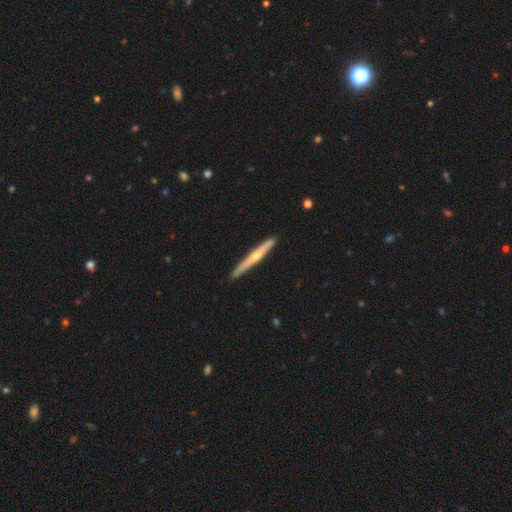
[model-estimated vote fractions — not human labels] A featured or disk galaxy (63%) viewed edge-on (97%) with a rounded central bulge (79%).

Vote fractions:
- Smooth or featured? featured or disk: 63% / smooth: 32% / star or artifact: 5%
- Edge-on disk? yes: 97% / no: 3%
- Edge-on bulge? rounded: 79% / none: 18% / boxy: 3%
- Merging? none: 91% / minor disturbance: 7% / major disturbance: 1% / merger: 1%